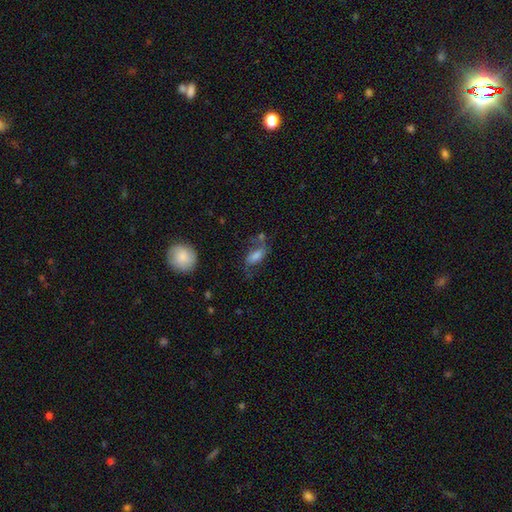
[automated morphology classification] smooth-or-featured: smooth: 47% | featured or disk: 40% | star or artifact: 13%
  merging: none: 49% | minor disturbance: 23% | major disturbance: 19% | merger: 9%